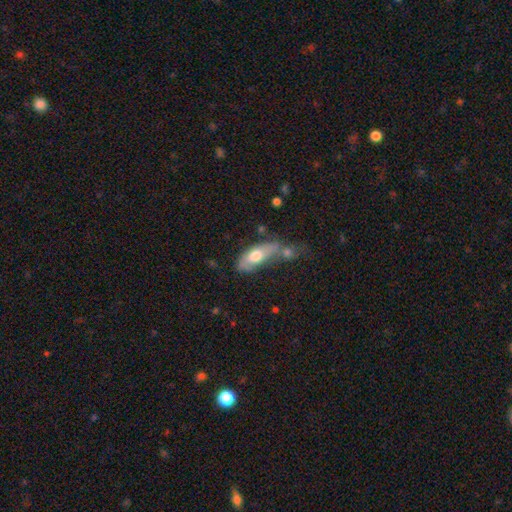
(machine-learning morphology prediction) smooth 66%, featured or disk 27%, star or artifact 7%. Down the decision tree: how rounded — in between (72%); merging — merger (35%).